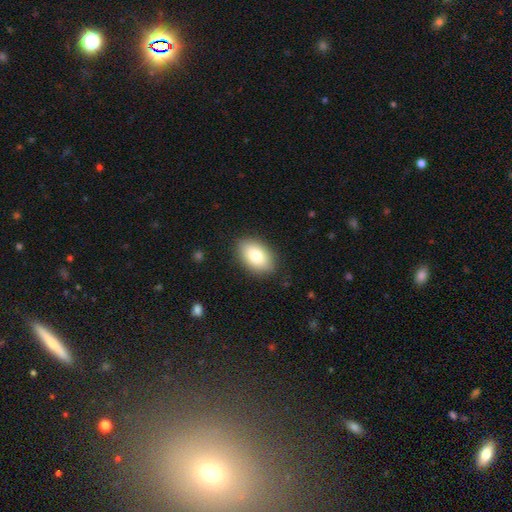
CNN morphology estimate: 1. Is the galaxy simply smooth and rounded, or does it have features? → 83% smooth, 11% featured or disk, 7% star or artifact.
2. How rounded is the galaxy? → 91% in between, 8% round, 1% cigar-shaped.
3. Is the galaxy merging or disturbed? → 87% none, 10% minor disturbance, 2% major disturbance, 1% merger.